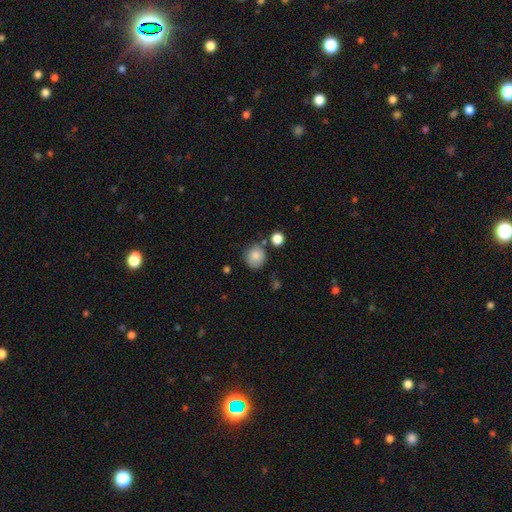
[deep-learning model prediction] This is clearly a smooth galaxy (84%). How rounded: clearly round (81%). Merging: likely none (73%).